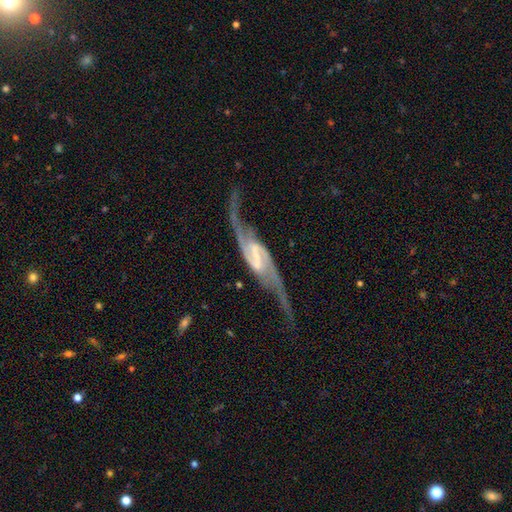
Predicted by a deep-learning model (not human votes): Smooth or featured? Predicted: featured or disk (p=0.92). Edge-on disk? Predicted: no (p=0.92). Bar? Predicted: strong (p=0.49). Spiral arms? Predicted: yes (p=0.97). Spiral winding? Predicted: loose (p=0.75). Spiral arm count? Predicted: 2 (p=0.94). Bulge size? Predicted: none (p=0.39). Merging? Predicted: none (p=0.69).